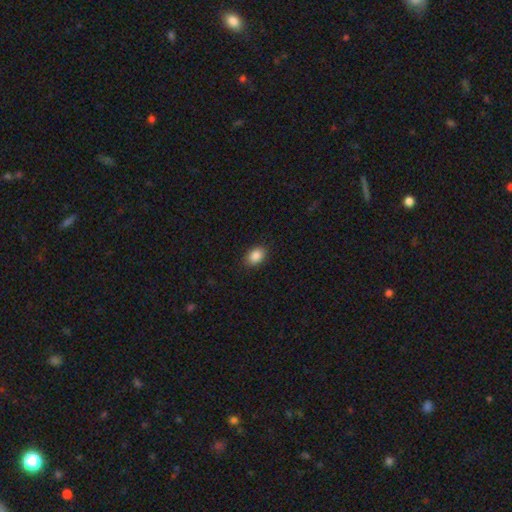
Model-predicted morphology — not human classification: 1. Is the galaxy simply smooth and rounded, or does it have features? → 88% smooth, 8% star or artifact, 4% featured or disk.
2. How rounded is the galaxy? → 80% in between, 19% round, 1% cigar-shaped.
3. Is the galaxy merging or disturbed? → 88% none, 9% minor disturbance, 2% major disturbance, 1% merger.